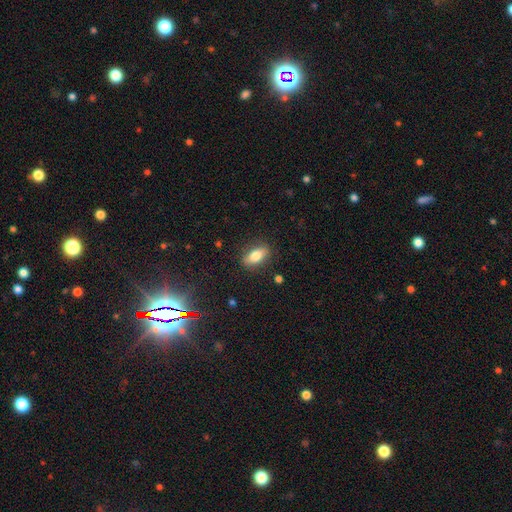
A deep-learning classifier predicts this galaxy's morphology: This appears to be a smooth galaxy with no disk features (75%) that is in between round and cigar-shaped (79%). Merging: none (85%).